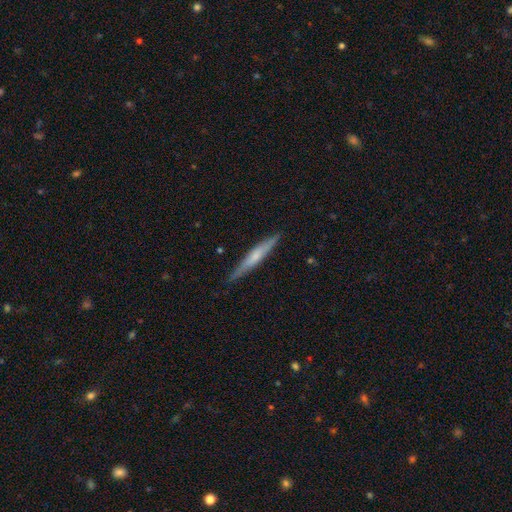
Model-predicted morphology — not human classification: This appears to be a featured or disk galaxy (52%) viewed edge-on (95%). Merging: none (87%).